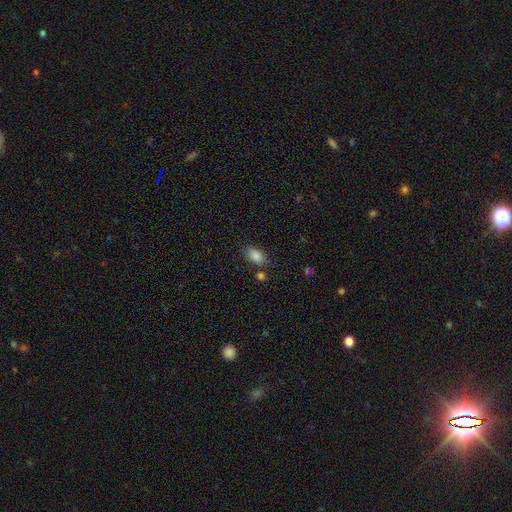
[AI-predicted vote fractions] This appears to be a smooth galaxy with no disk features (86%) that is in between round and cigar-shaped (90%). Merging: none (77%).